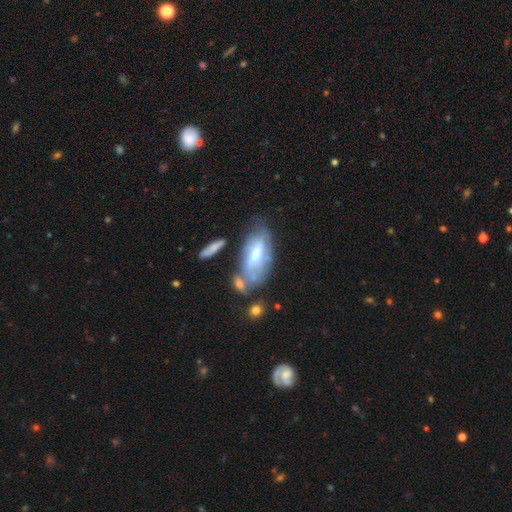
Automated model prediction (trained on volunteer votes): Q: Smooth or featured?
A: featured or disk (50%); runner-up: smooth (42%)
Q: Edge-on disk?
A: no (85%); runner-up: yes (15%)
Q: Merging?
A: none (44%); runner-up: minor disturbance (25%)